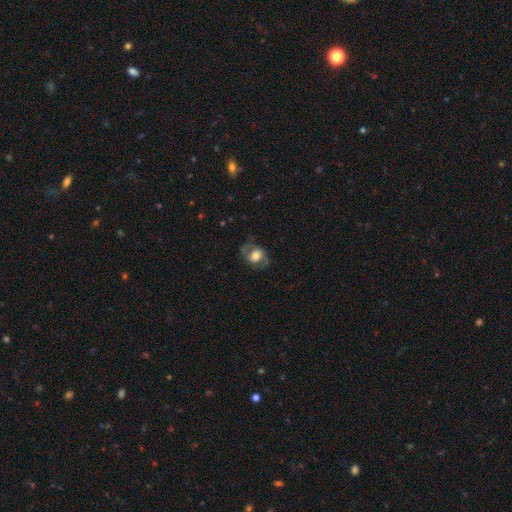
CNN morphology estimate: featured or disk 52%, smooth 40%, star or artifact 8%. Down the decision tree: edge-on disk — no (94%); merging — none (67%).